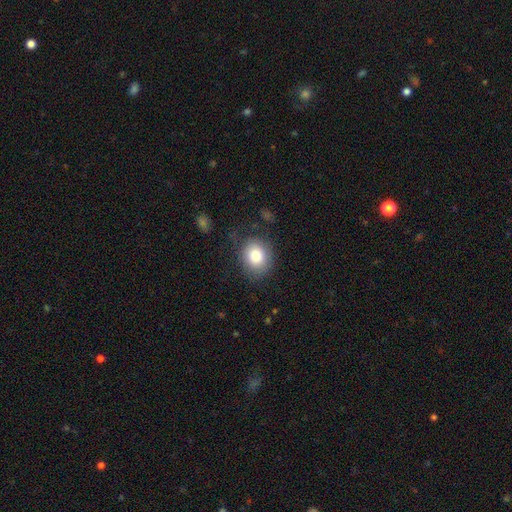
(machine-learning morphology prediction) type=smooth (81%); roundness=round (66%); merging=none (74%).